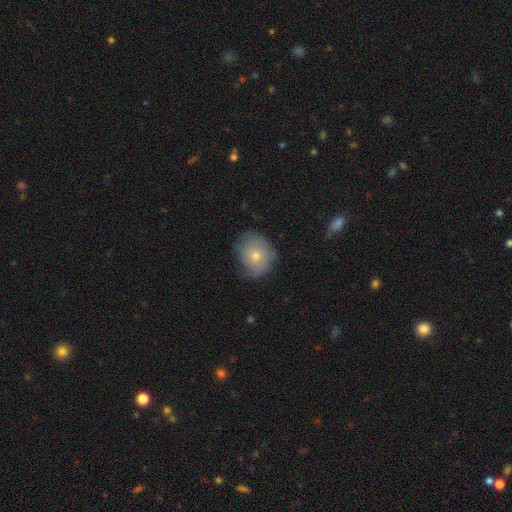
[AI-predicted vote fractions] Morphology: type=smooth (70%); roundness=round (64%); merging=none (59%).